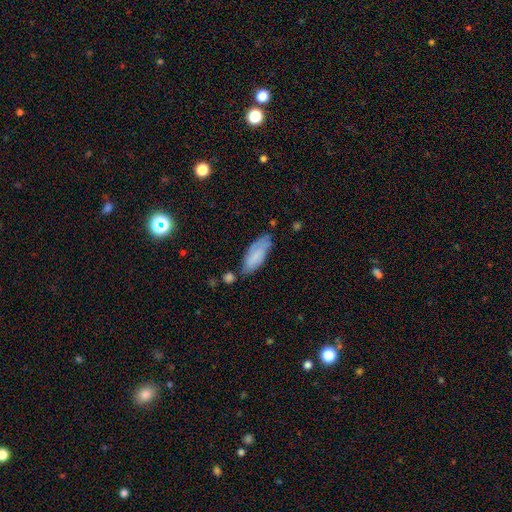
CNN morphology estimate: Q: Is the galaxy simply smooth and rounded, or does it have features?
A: smooth — 73%.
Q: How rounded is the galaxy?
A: in between — 75%.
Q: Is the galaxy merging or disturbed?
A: none — 56%.